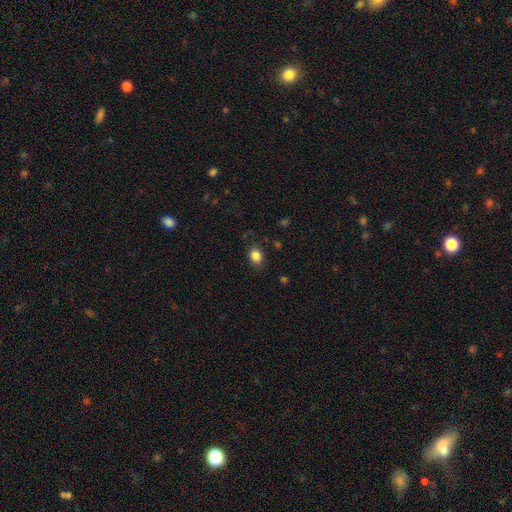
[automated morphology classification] This is clearly a smooth galaxy (85%). How rounded: possibly in between (57%). Merging: clearly none (81%).